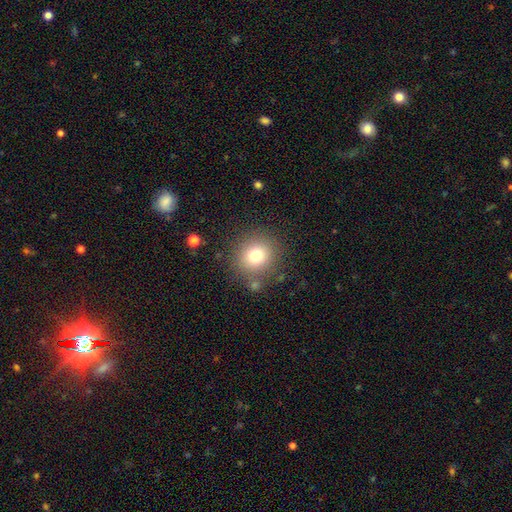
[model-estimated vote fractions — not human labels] Smooth or featured: smooth — 77% (star or artifact — 13%)
How rounded: round — 88% (in between — 11%)
Merging: none — 82% (minor disturbance — 10%)